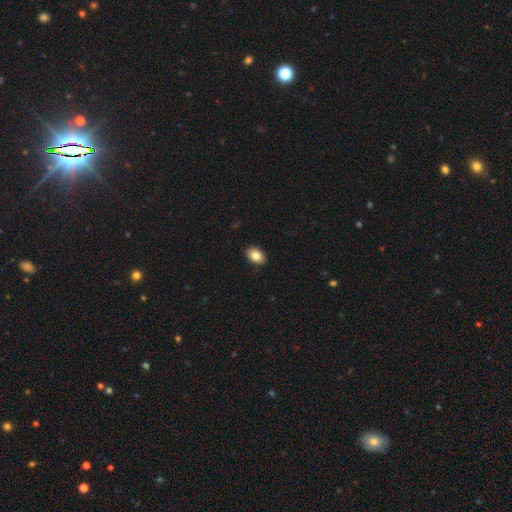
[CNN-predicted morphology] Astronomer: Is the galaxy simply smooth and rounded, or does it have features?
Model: smooth — 83%.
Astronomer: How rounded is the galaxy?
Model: in between — 81%.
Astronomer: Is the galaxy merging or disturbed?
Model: none — 89%.